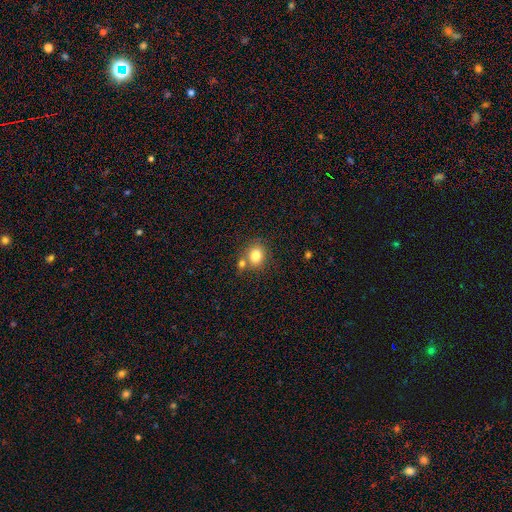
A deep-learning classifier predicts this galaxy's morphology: Smooth or featured: smooth — 81% (star or artifact — 10%)
How rounded: round — 59% (in between — 40%)
Merging: none — 59% (merger — 25%)